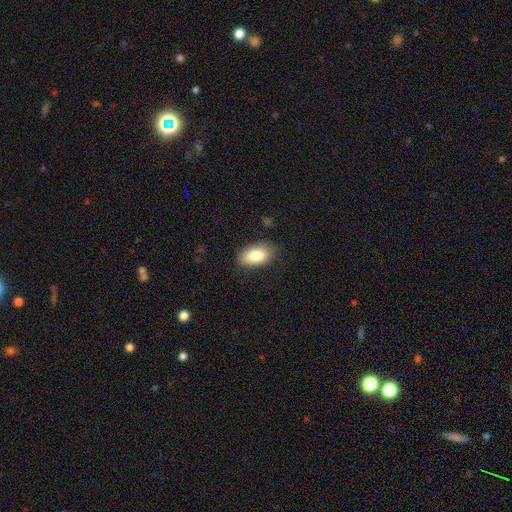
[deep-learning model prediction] A smooth galaxy with no disk features (84%) that is in between round and cigar-shaped (93%). Merging: none (84%).